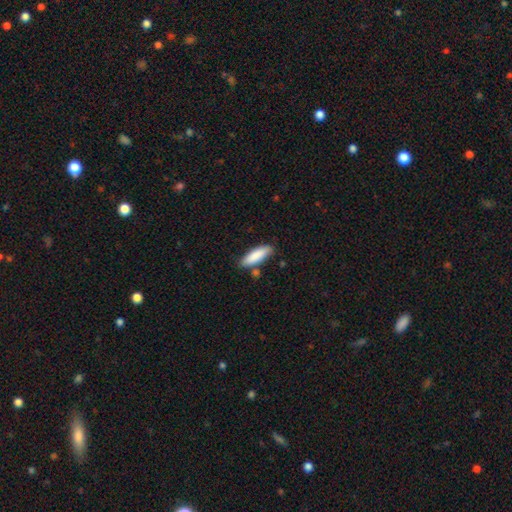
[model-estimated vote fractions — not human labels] The model was most divided on "how rounded": cigar-shaped: 50%, in between: 49%, round: 2%. More confident: smooth or featured — smooth (86%); merging — none (76%).